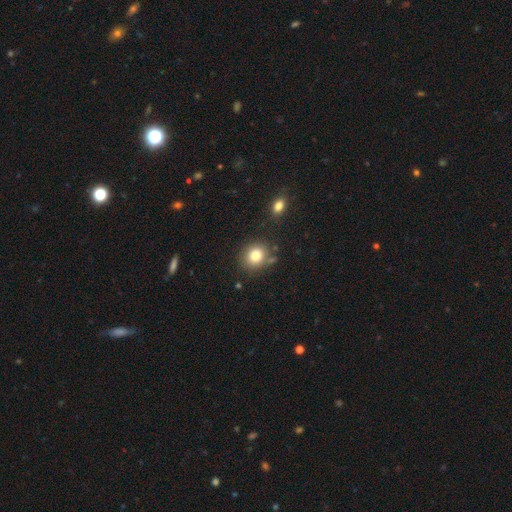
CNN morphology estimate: Q: Smooth or featured?
A: smooth (81%); runner-up: star or artifact (11%)
Q: How rounded?
A: round (73%); runner-up: in between (27%)
Q: Merging?
A: none (76%); runner-up: minor disturbance (13%)